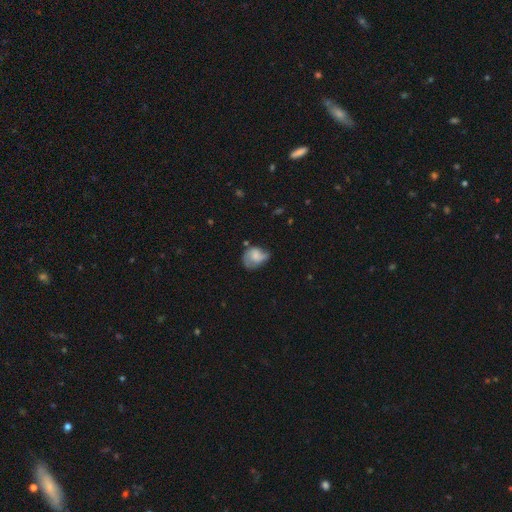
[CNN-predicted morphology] Smooth or featured: smooth — 49% (featured or disk — 42%)
Merging: none — 40% (minor disturbance — 34%)